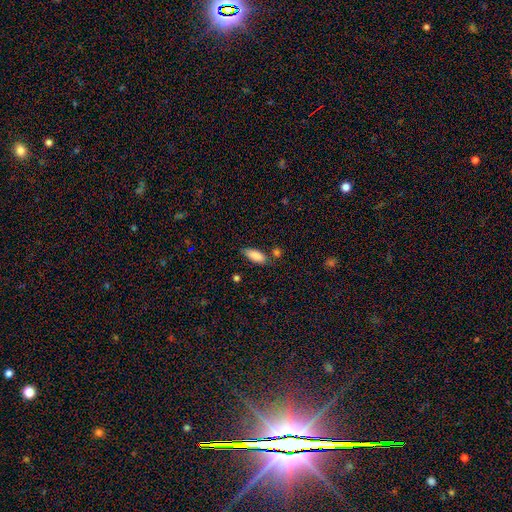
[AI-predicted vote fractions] smooth 87%, star or artifact 7%, featured or disk 6%. Down the decision tree: how rounded — in between (81%); merging — none (71%).